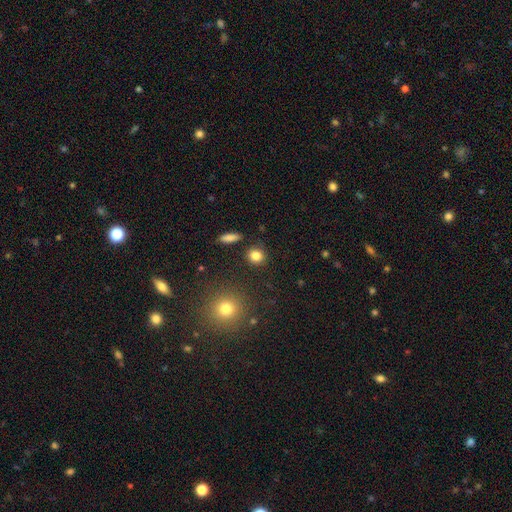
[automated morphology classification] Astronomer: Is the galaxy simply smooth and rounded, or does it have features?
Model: smooth — 84%.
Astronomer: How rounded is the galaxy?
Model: round — 83%.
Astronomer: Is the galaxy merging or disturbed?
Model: none — 86%.